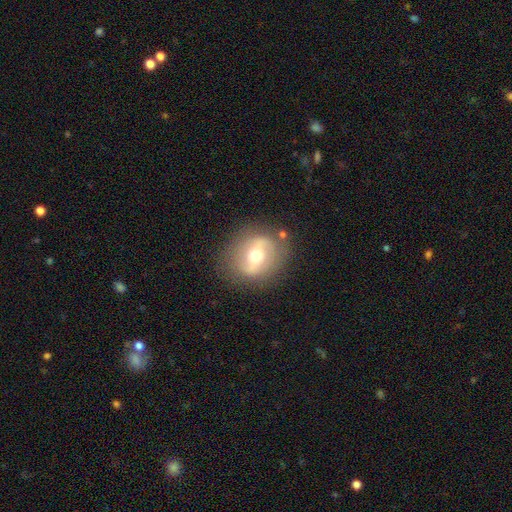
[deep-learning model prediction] The model was most divided on "bar": strong: 45%, weak: 35%, no: 20%. More confident: edge-on disk — no (91%); merging — none (79%); bulge size — moderate (72%); smooth or featured — featured or disk (61%); spiral arms — no (60%).